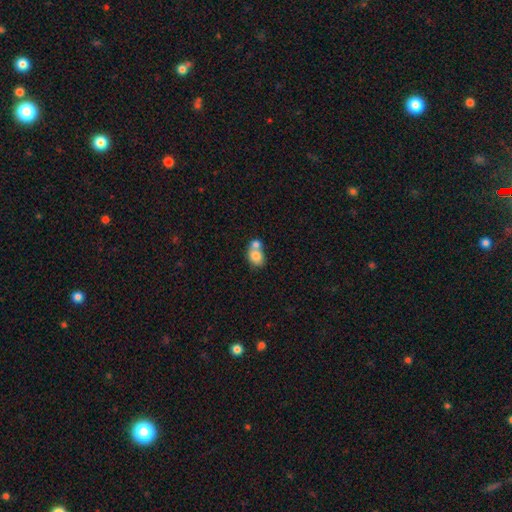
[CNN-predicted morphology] smooth 76%, featured or disk 16%, star or artifact 8%. Down the decision tree: how rounded — in between (60%); merging — merger (61%).